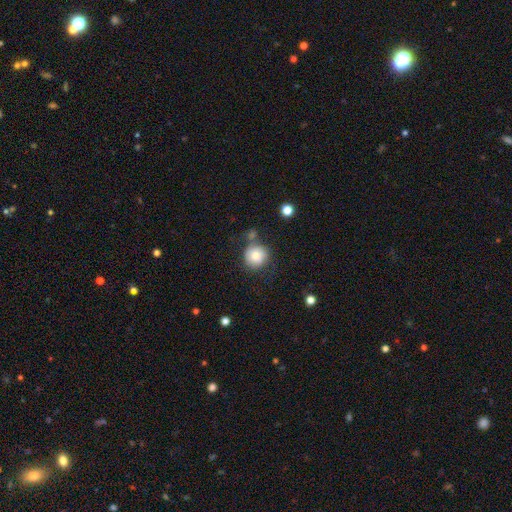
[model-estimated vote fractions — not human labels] The model was most divided on "merging": none: 63%, minor disturbance: 18%, merger: 12%, major disturbance: 7%. More confident: how rounded — round (92%); smooth or featured — smooth (80%).